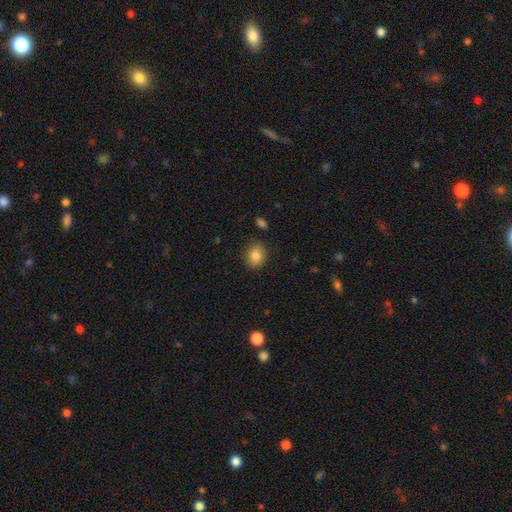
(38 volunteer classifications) Overall: smooth (87%). How rounded: round (82%). Merging: none (88%).